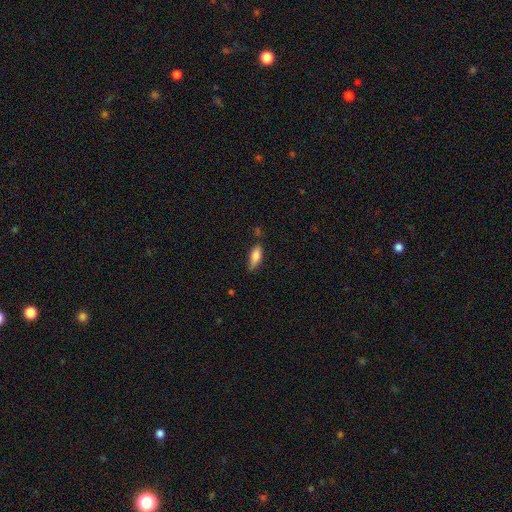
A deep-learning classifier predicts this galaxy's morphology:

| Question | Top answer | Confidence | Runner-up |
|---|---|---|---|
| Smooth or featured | smooth | 82% | featured or disk (11%) |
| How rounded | in between | 72% | cigar-shaped (25%) |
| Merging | none | 66% | minor disturbance (26%) |